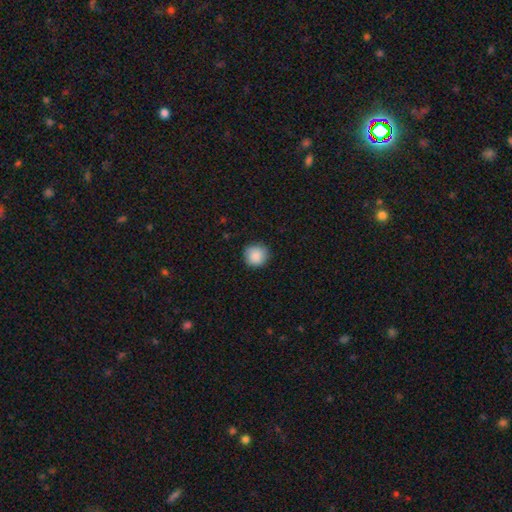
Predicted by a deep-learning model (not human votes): Morphology: type=smooth (88%); roundness=round (92%); merging=none (85%).